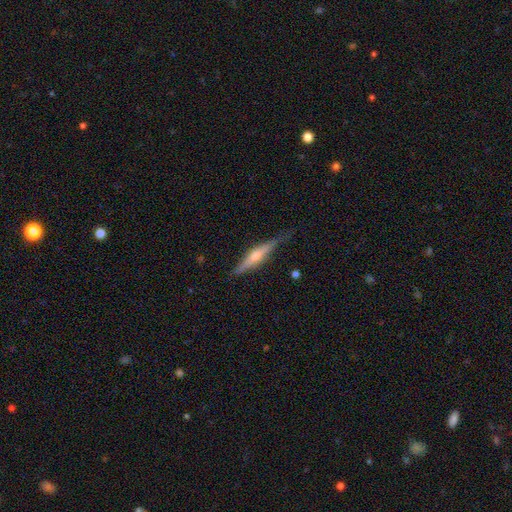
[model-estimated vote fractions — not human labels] smooth_or_featured: featured or disk (p=0.70) [alt: smooth p=0.24]
disk_edge_on: yes (p=0.97) [alt: no p=0.03]
edge_on_bulge: rounded (p=0.83) [alt: boxy p=0.10]
merging: none (p=0.78) [alt: minor disturbance p=0.17]